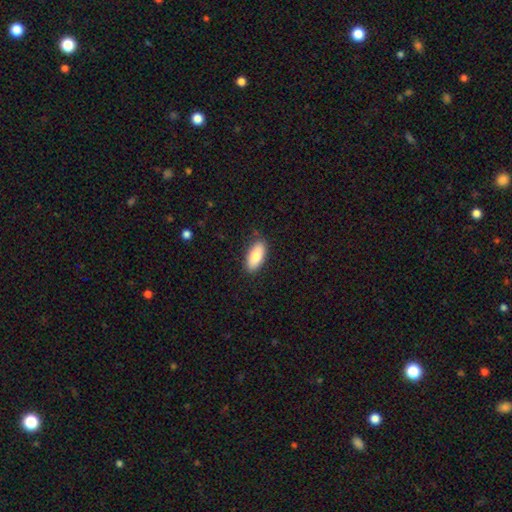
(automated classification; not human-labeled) A smooth galaxy with no disk features (80%) that is in between round and cigar-shaped (86%). Merging: none (85%).